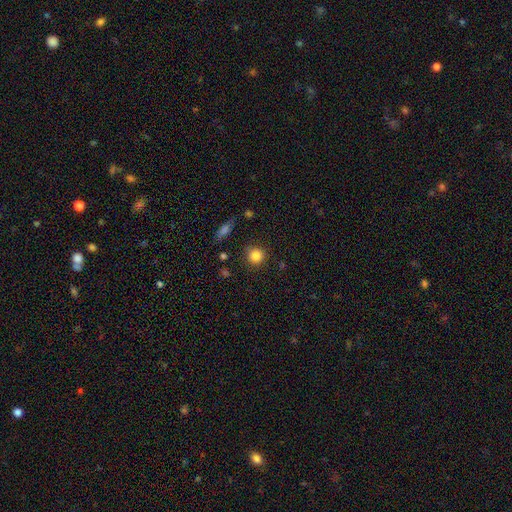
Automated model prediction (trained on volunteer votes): Smooth or featured? smooth (85%)
How rounded? round (93%)
Merging? none (88%)